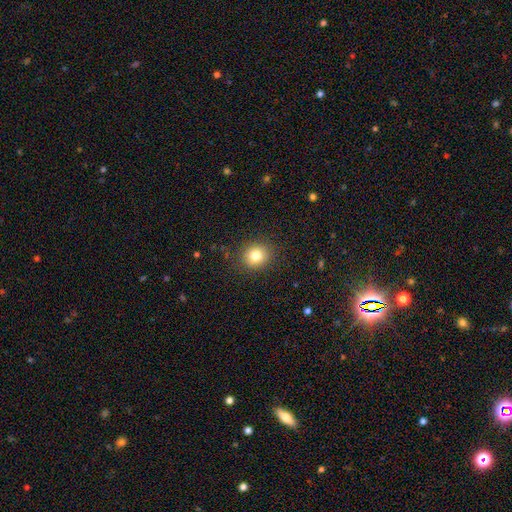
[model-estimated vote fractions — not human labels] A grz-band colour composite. It shows a smooth galaxy with no disk features (80%) that is round (81%). Merging: none (89%).